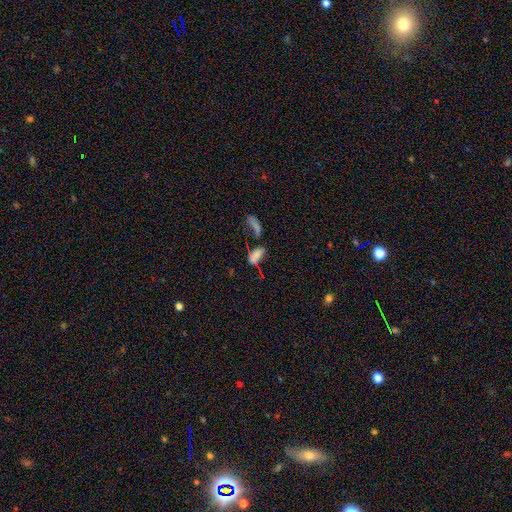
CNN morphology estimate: Smooth or featured: smooth — 60% (featured or disk — 23%)
How rounded: in between — 80% (cigar-shaped — 15%)
Merging: merger — 43% (none — 25%)